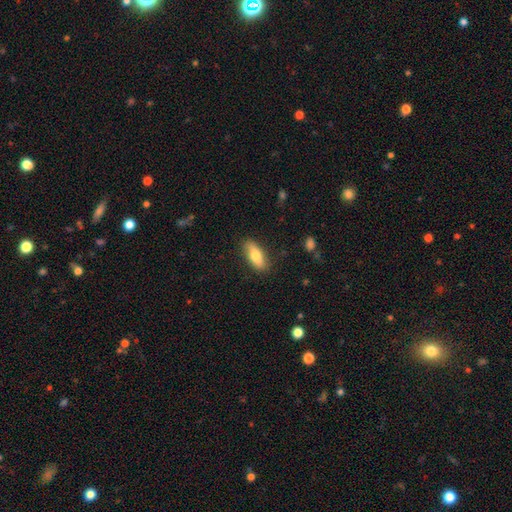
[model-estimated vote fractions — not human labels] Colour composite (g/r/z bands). It shows a smooth galaxy with no disk features (75%) that is in between round and cigar-shaped (73%). Merging: none (83%).